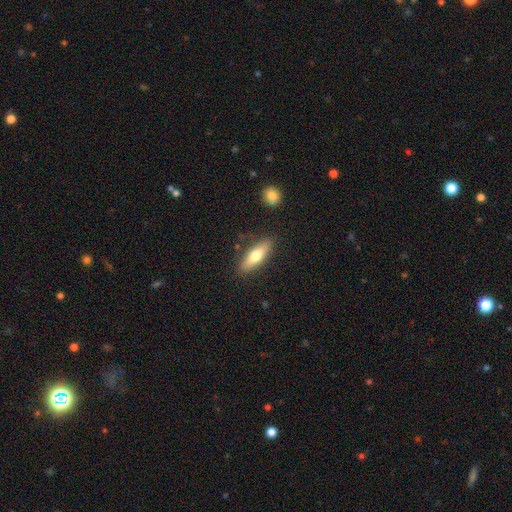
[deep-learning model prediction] The model was most divided on "how rounded": cigar-shaped: 52%, in between: 46%, round: 3%. More confident: merging — none (84%); smooth or featured — smooth (61%).